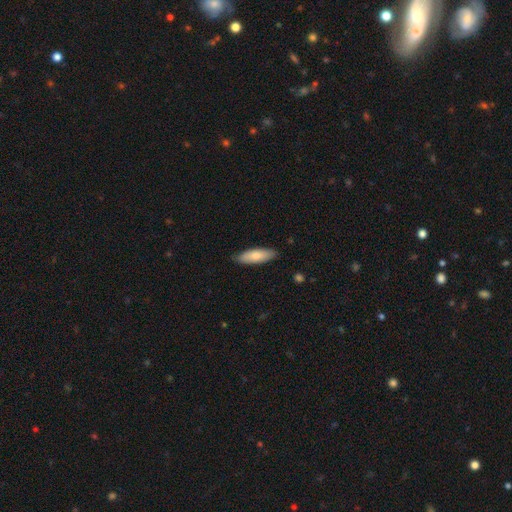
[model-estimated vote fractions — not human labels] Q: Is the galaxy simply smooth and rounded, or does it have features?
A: smooth — 76%.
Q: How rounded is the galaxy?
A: in between — 56%.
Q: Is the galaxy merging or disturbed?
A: none — 85%.